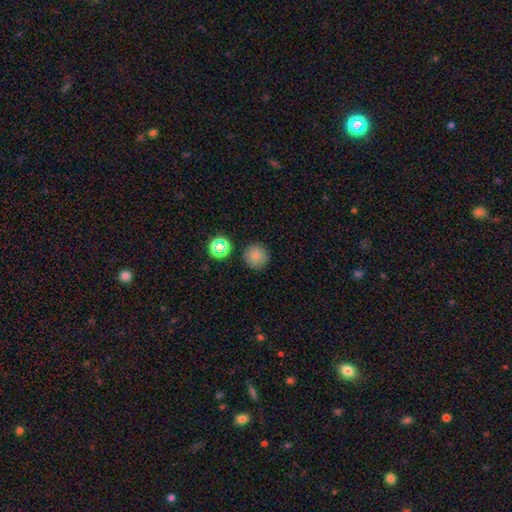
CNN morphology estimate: This is likely a smooth galaxy (78%). How rounded: clearly round (95%). Merging: clearly none (87%).